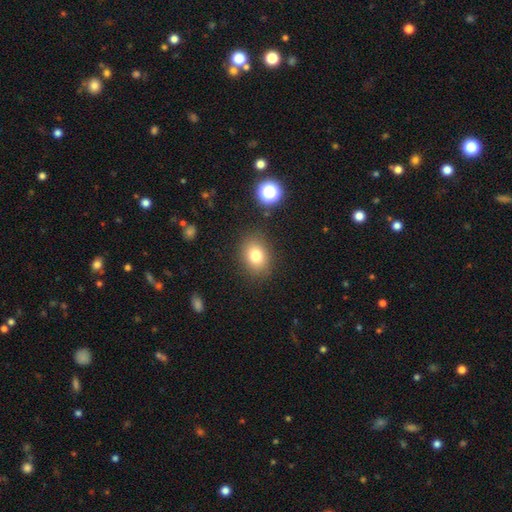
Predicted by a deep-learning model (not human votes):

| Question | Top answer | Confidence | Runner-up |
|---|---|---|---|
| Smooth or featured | smooth | 79% | star or artifact (12%) |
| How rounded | in between | 57% | round (42%) |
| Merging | none | 85% | minor disturbance (9%) |